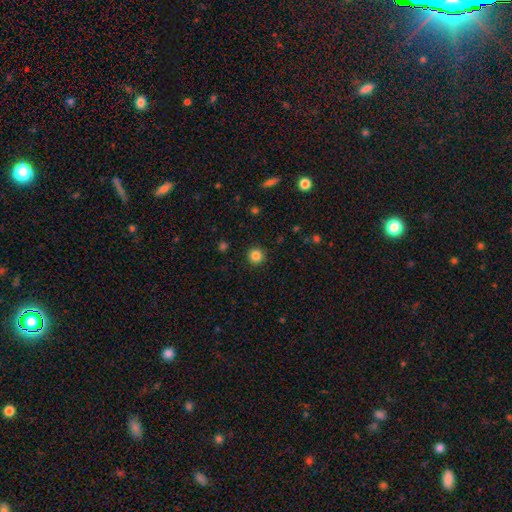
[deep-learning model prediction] A smooth galaxy with no disk features (85%) that is round (95%).

Vote fractions:
- Smooth or featured? smooth: 85% / star or artifact: 11% / featured or disk: 4%
- How rounded? round: 95% / in between: 4% / cigar-shaped: 1%
- Merging? none: 92% / minor disturbance: 5% / major disturbance: 2% / merger: 1%